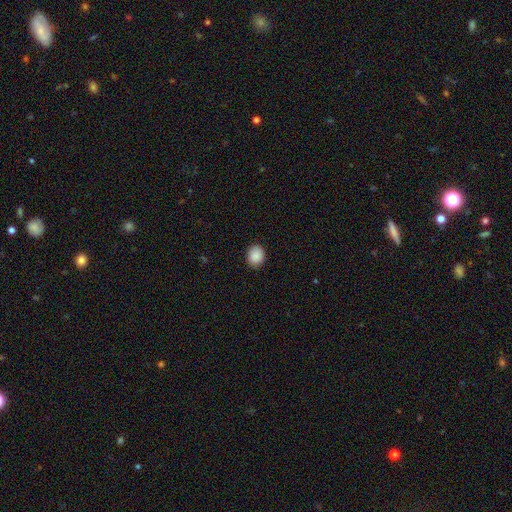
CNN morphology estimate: Smooth or featured: smooth — 89% (star or artifact — 8%)
How rounded: round — 61% (in between — 38%)
Merging: none — 89% (minor disturbance — 8%)